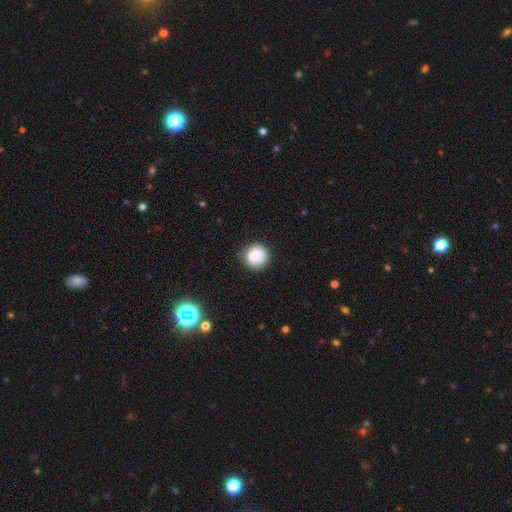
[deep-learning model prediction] Morphology: type=smooth (80%); roundness=round (91%); merging=none (75%).